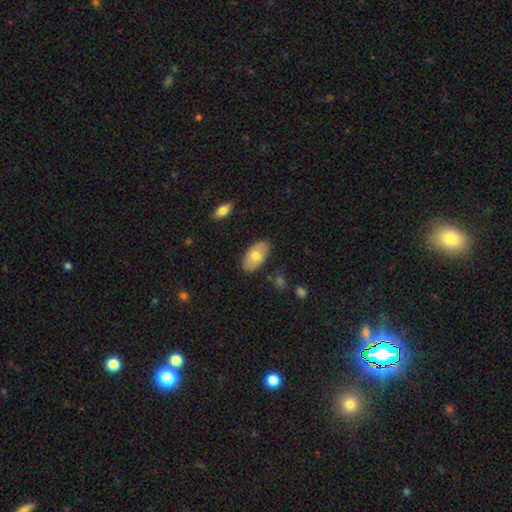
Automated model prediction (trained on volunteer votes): A smooth galaxy with no disk features (70%) that is in between round and cigar-shaped (94%). Merging: none (84%).